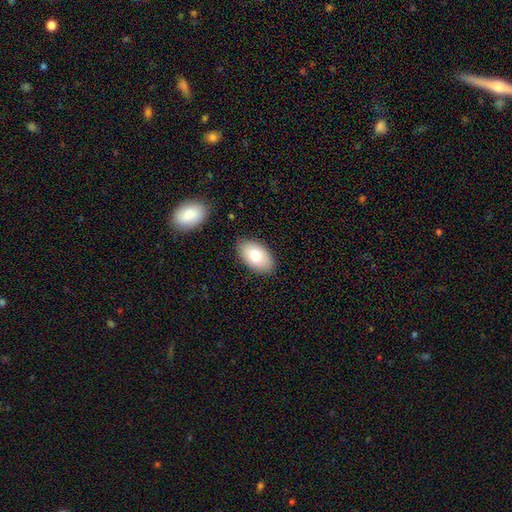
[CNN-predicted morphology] Smooth or featured? smooth (76%)
How rounded? in between (94%)
Merging? none (86%)